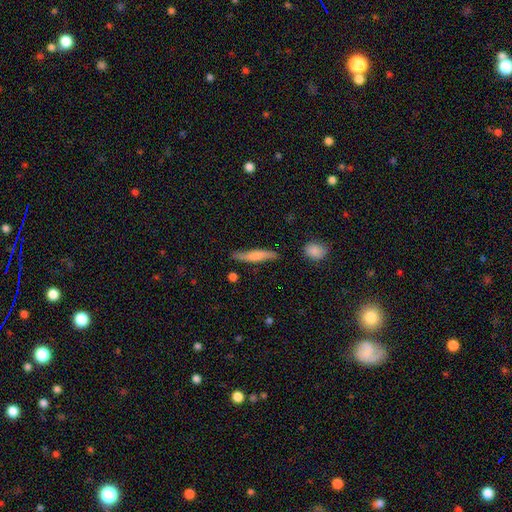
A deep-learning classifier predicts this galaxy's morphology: smooth_or_featured: smooth (p=0.59) [alt: featured or disk p=0.36]
how_rounded: cigar-shaped (p=0.87) [alt: in between p=0.11]
merging: none (p=0.76) [alt: minor disturbance p=0.18]